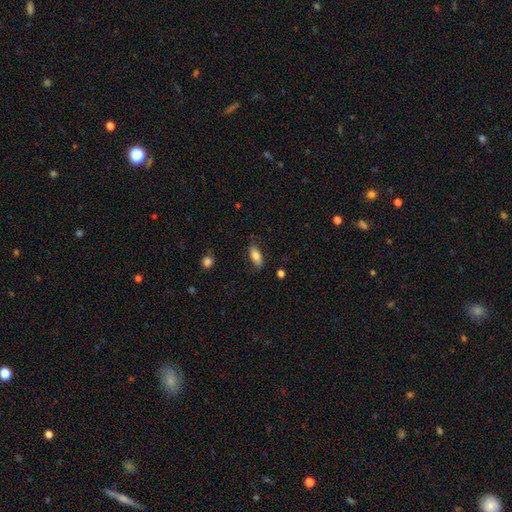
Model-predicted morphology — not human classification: This appears to be a smooth galaxy with no disk features (77%) that is in between round and cigar-shaped (81%). Merging: none (82%).